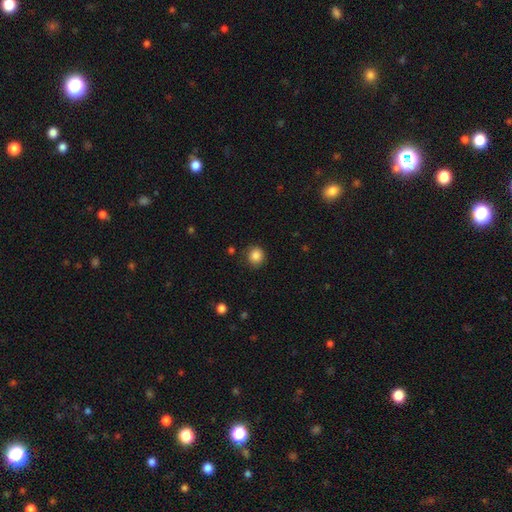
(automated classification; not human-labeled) Smooth or featured: smooth — 86% (star or artifact — 10%)
How rounded: round — 89% (in between — 10%)
Merging: none — 84% (minor disturbance — 11%)